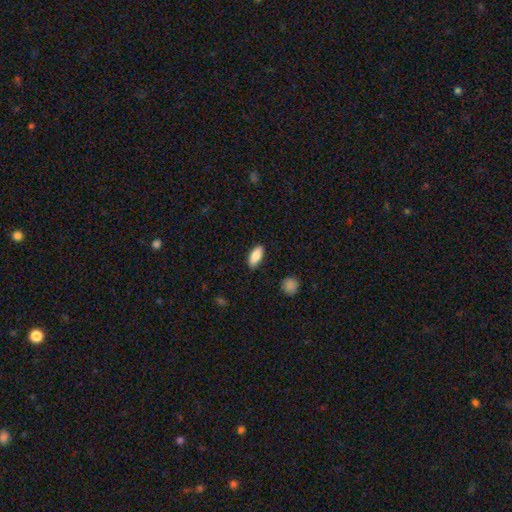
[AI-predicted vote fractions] Smooth or featured? smooth (85%)
How rounded? in between (84%)
Merging? none (85%)